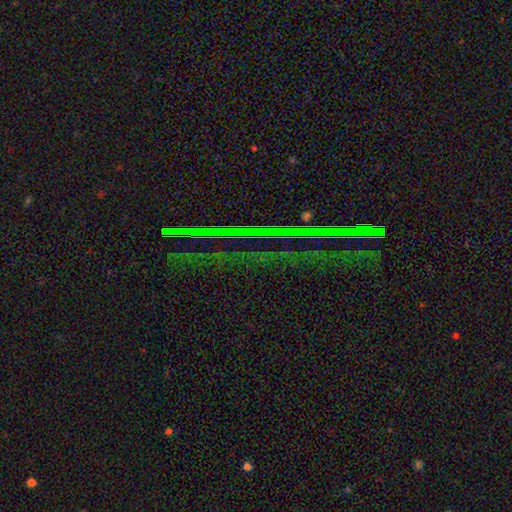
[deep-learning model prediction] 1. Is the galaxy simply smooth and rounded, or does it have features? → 84% star or artifact, 9% featured or disk, 7% smooth.